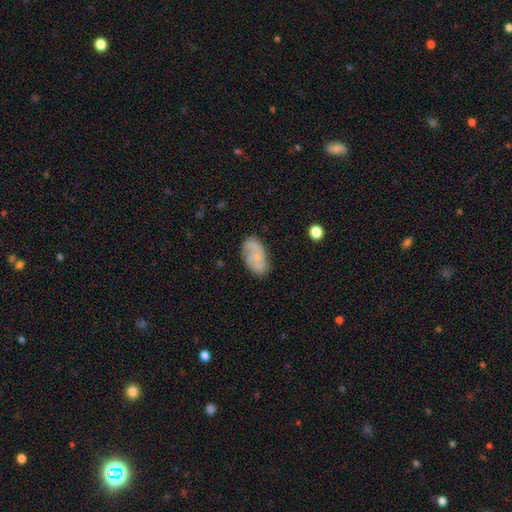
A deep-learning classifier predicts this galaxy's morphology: Overall: smooth (49%; featured or disk 43%). Merging: none (68%).